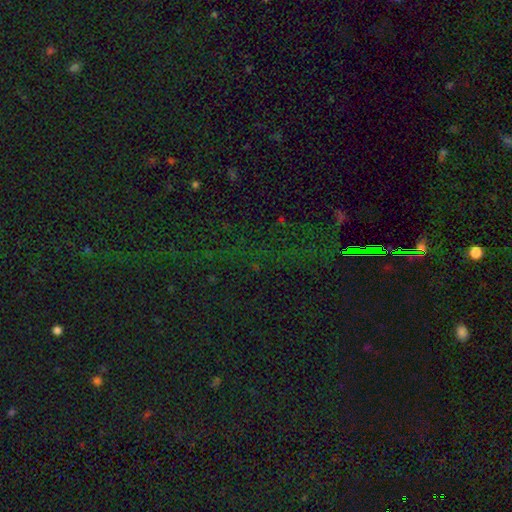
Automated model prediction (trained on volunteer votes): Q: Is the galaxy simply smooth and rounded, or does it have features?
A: star or artifact — 79%.